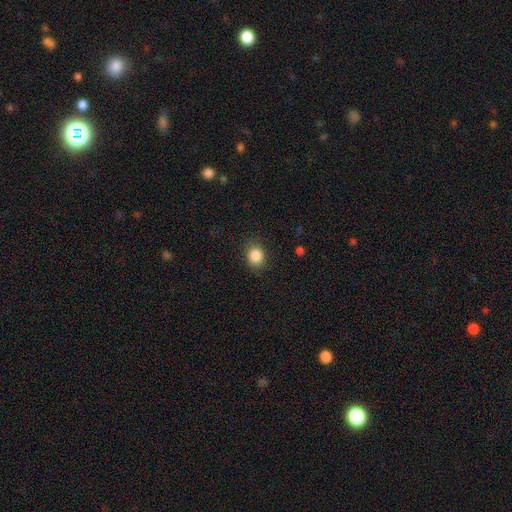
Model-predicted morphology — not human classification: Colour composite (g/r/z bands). It shows a smooth galaxy with no disk features (86%) that is round (67%). Merging: none (83%).